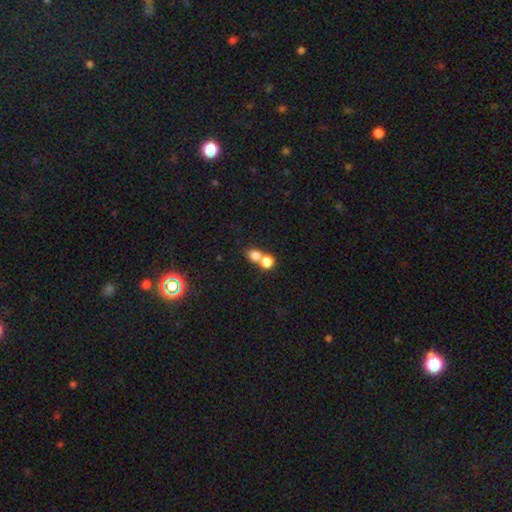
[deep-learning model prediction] Smooth or featured? Predicted: smooth (p=0.78). How rounded? Predicted: round (p=0.71). Merging? Predicted: merger (p=0.56).